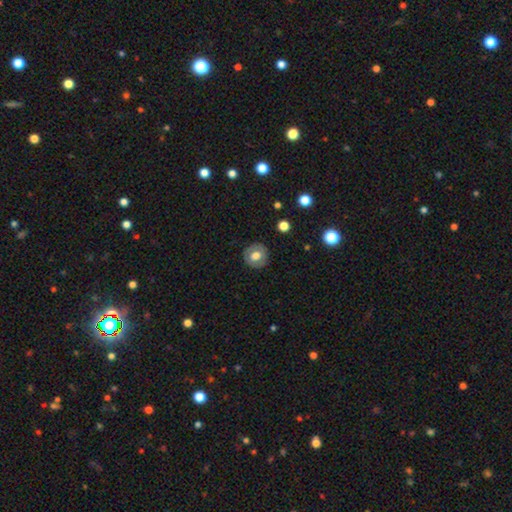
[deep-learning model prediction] The model was most divided on "smooth or featured": smooth: 62%, featured or disk: 30%, star or artifact: 8%. More confident: how rounded — round (87%); merging — none (87%).